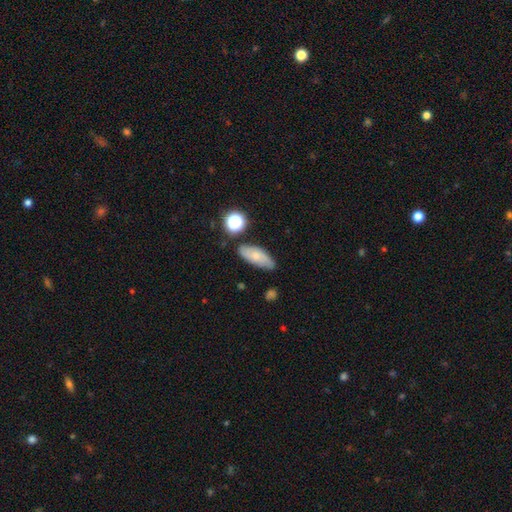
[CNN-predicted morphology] Smooth or featured? Predicted: smooth (p=0.62). How rounded? Predicted: in between (p=0.80). Merging? Predicted: none (p=0.68).